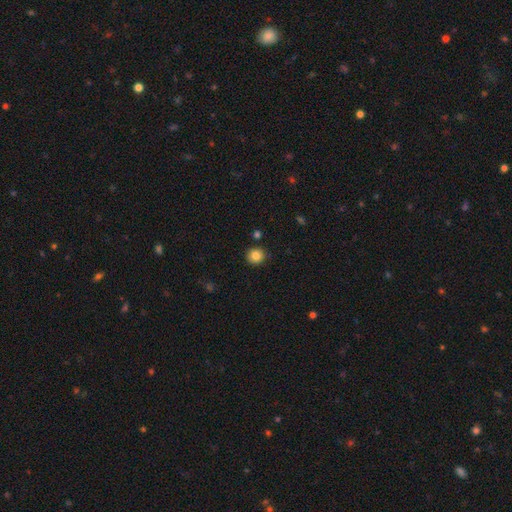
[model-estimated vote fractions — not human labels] Q: Smooth or featured?
A: smooth (85%); runner-up: star or artifact (10%)
Q: How rounded?
A: round (91%); runner-up: in between (8%)
Q: Merging?
A: none (89%); runner-up: minor disturbance (7%)